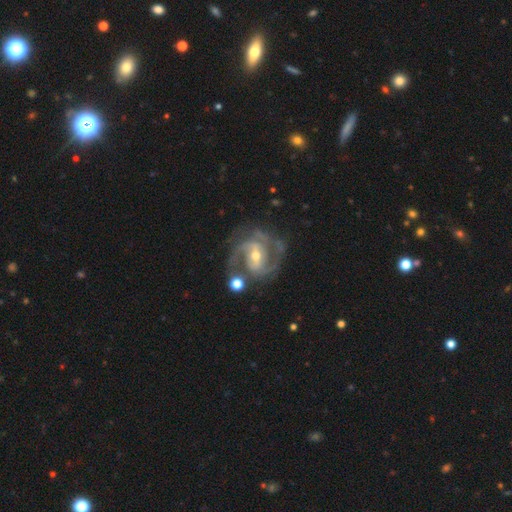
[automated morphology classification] smooth-or-featured: featured or disk: 90% | star or artifact: 5% | smooth: 5%
  disk-edge-on: no: 98% | yes: 2%
    bar: weak: 44% | strong: 35% | no: 20%
    has-spiral-arms: yes: 97% | no: 3%
      spiral-winding: medium: 55% | tight: 32% | loose: 13%
      spiral-arm-count: 2: 59% | 3: 23% | can't tell: 8% | 4: 4% | 1: 3% | more than 4: 3%
    bulge-size: moderate: 51% | small: 45% | large: 2% | none: 1% | dominant: 1%
  merging: none: 66% | minor disturbance: 18% | major disturbance: 11% | merger: 6%